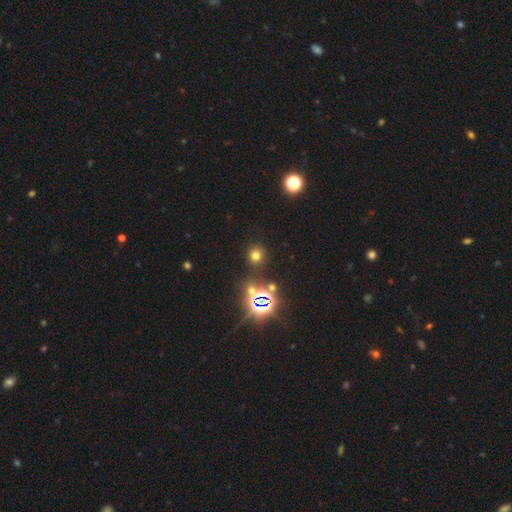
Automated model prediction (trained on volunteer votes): Smooth or featured? smooth (62%)
How rounded? round (91%)
Merging? none (86%)